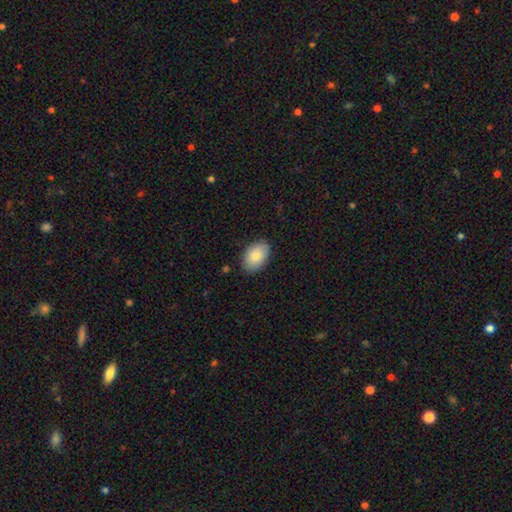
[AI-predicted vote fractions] The model was most divided on "smooth or featured": smooth: 84%, featured or disk: 10%, star or artifact: 7%. More confident: how rounded — in between (87%); merging — none (85%).